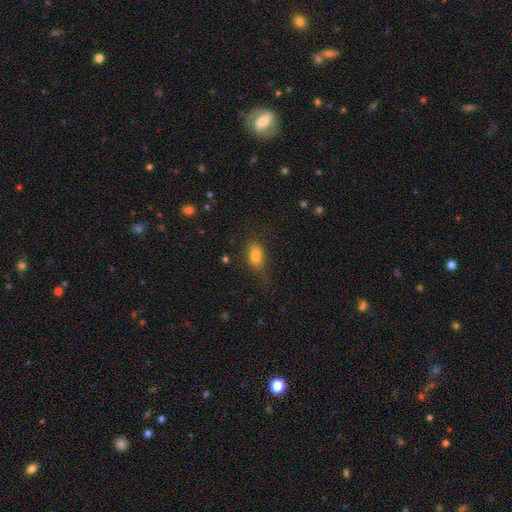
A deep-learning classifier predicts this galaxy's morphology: This is likely a smooth galaxy (79%). How rounded: clearly in between (81%). Merging: likely none (66%).